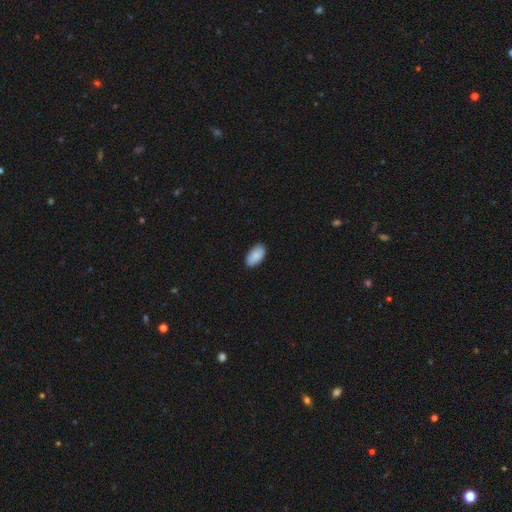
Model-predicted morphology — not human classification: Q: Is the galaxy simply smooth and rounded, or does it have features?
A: smooth — 89%.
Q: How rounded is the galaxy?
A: in between — 96%.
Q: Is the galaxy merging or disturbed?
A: none — 88%.